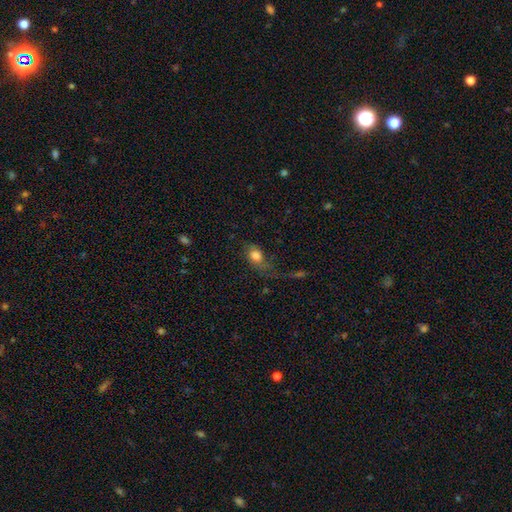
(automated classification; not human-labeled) Smooth or featured: smooth — 72% (featured or disk — 18%)
How rounded: in between — 66% (round — 30%)
Merging: major disturbance — 42% (none — 31%)